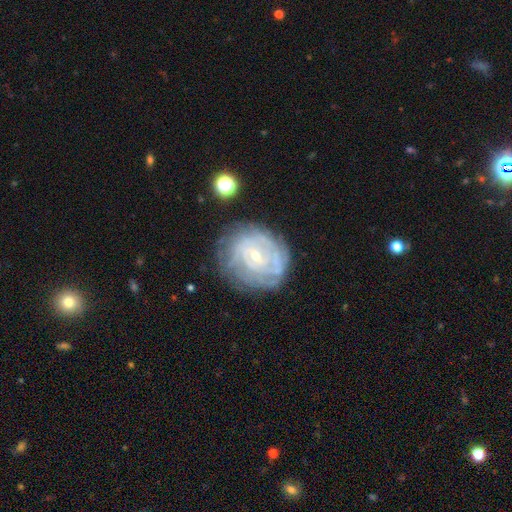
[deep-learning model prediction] This is clearly a featured or disk galaxy (80%). It is clearly not viewed edge-on (97%). Bar: possibly no (52%). Spiral arm pattern: clearly yes (89%). Spiral arm count: possibly can't tell (49%). Spiral winding: likely tight (77%). Central bulge: likely small (72%). Merging: likely none (72%).